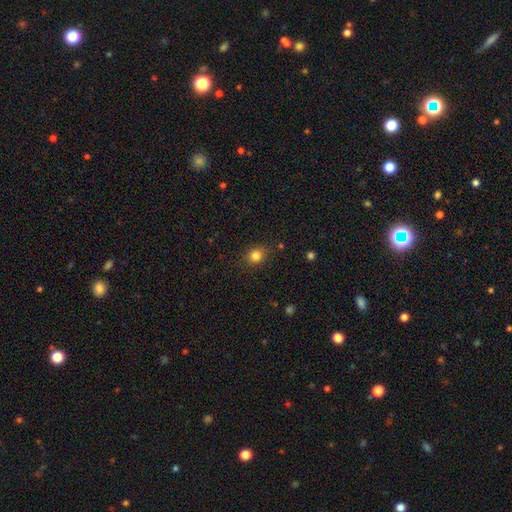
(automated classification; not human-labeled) The model was most divided on "how rounded": round: 73%, in between: 26%, cigar-shaped: 1%. More confident: merging — none (85%); smooth or featured — smooth (82%).